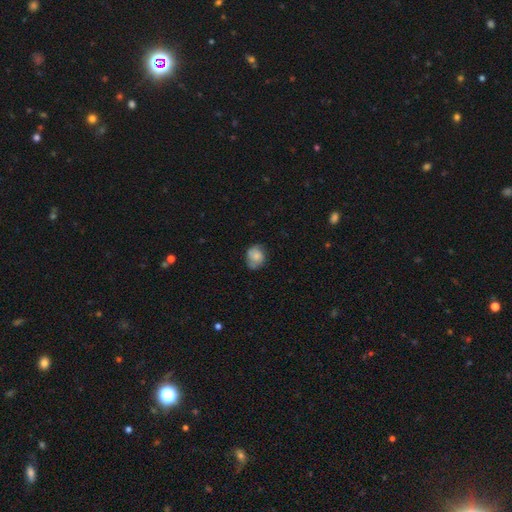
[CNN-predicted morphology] A smooth galaxy with no disk features (68%) that is round (60%).

Vote fractions:
- Smooth or featured? smooth: 68% / featured or disk: 23% / star or artifact: 8%
- How rounded? round: 60% / in between: 39% / cigar-shaped: 1%
- Merging? none: 59% / minor disturbance: 30% / major disturbance: 8% / merger: 2%